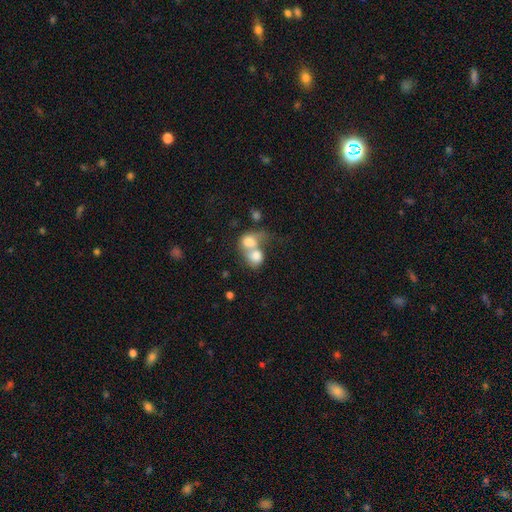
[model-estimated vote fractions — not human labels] Smooth or featured? smooth (73%)
How rounded? round (52%)
Merging? merger (79%)